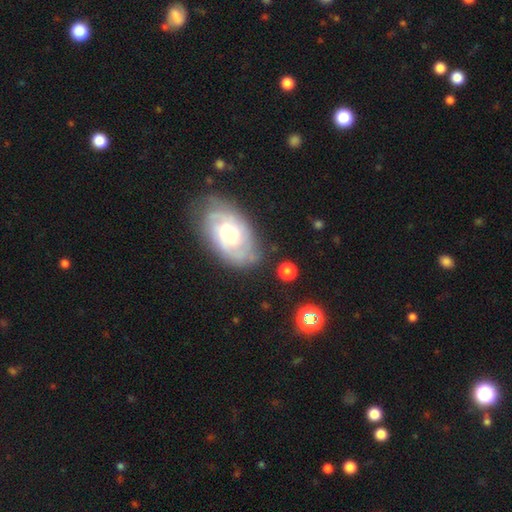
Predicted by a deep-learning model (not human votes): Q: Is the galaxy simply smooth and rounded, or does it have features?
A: featured or disk — 72%.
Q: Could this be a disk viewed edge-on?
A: no — 95%.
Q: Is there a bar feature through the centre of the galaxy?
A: no — 68%.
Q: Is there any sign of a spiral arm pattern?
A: yes — 91%.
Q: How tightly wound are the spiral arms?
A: tight — 61%.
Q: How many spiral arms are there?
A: can't tell — 38%.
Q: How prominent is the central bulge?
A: moderate — 47%.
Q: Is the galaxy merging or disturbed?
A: none — 74%.